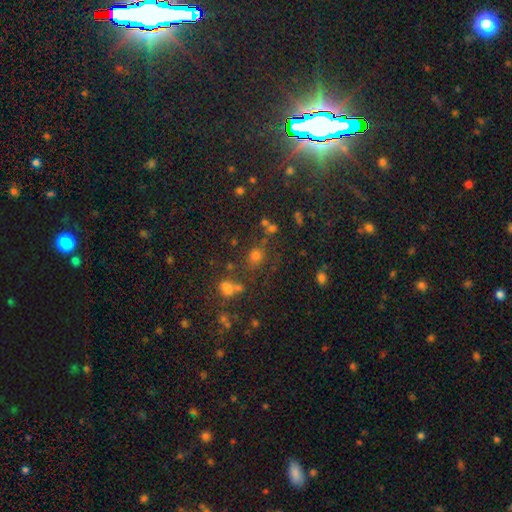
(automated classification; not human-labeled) smooth-or-featured: smooth: 62% | star or artifact: 29% | featured or disk: 9%
  how-rounded: round: 78% | in between: 20% | cigar-shaped: 1%
  merging: none: 65% | merger: 14% | minor disturbance: 13% | major disturbance: 7%